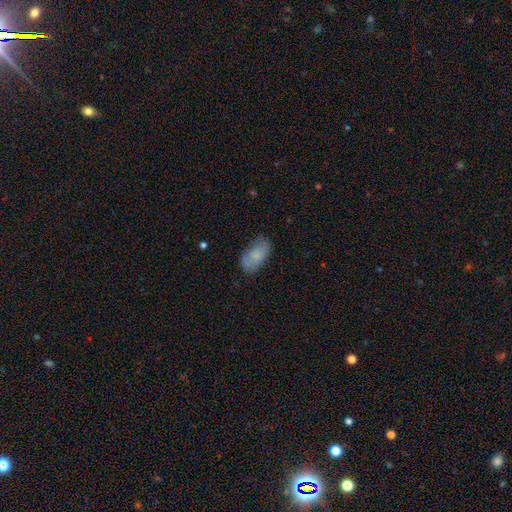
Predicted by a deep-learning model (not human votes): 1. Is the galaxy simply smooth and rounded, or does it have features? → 75% smooth, 18% featured or disk, 7% star or artifact.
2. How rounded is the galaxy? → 93% in between, 4% round, 3% cigar-shaped.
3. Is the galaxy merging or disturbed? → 67% none, 23% minor disturbance, 7% major disturbance, 3% merger.